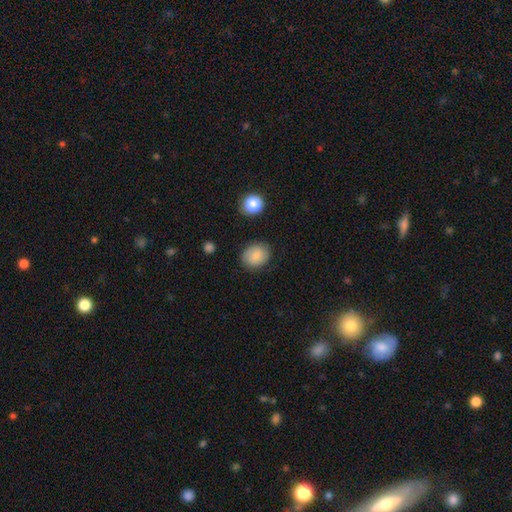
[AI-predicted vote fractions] Smooth or featured: smooth — 79% (featured or disk — 13%)
How rounded: round — 50% (in between — 49%)
Merging: none — 81% (minor disturbance — 13%)